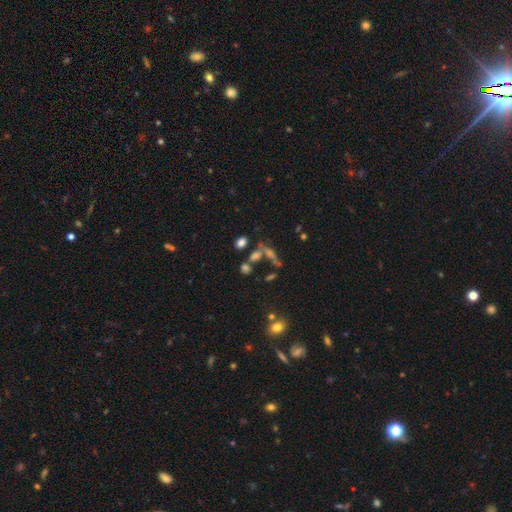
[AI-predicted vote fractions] Smooth or featured: smooth — 46% (star or artifact — 29%)
Merging: none — 48% (merger — 29%)